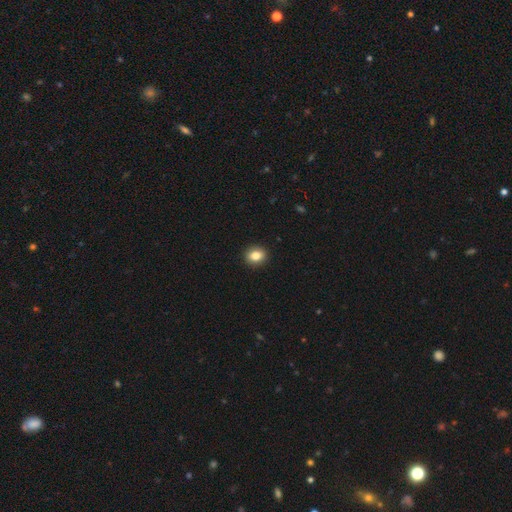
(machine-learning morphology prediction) Smooth or featured?
  - smooth: 83% *
  - star or artifact: 9%
  - featured or disk: 7%
How rounded?
  - round: 60% *
  - in between: 39%
  - cigar-shaped: 1%
Merging?
  - none: 92% *
  - minor disturbance: 6%
  - major disturbance: 2%
  - merger: 1%